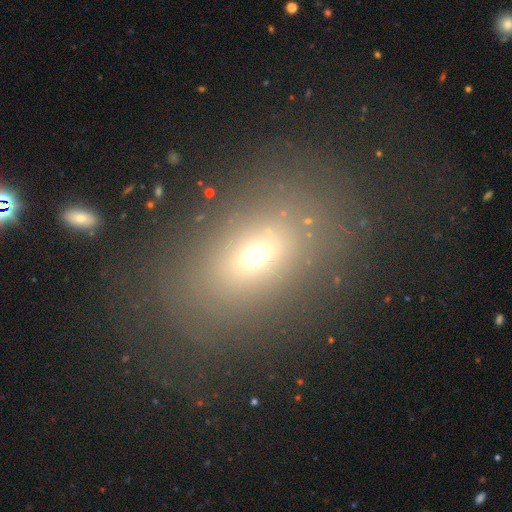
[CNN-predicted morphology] smooth-or-featured: smooth: 59% | star or artifact: 20% | featured or disk: 20%
  how-rounded: in between: 74% | round: 23% | cigar-shaped: 3%
  merging: none: 73% | minor disturbance: 13% | major disturbance: 11% | merger: 3%